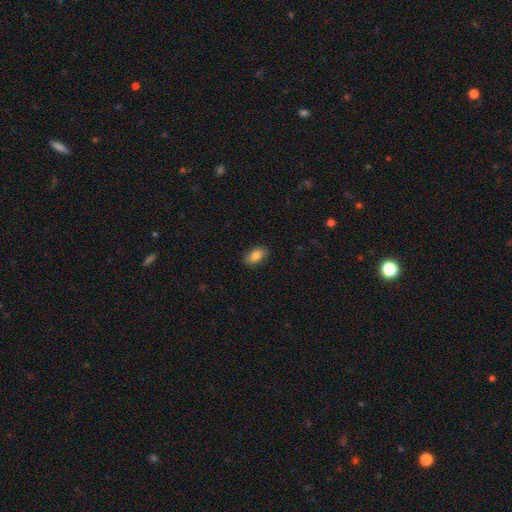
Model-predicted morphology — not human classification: The model was most divided on "smooth or featured": smooth: 82%, featured or disk: 11%, star or artifact: 7%. More confident: how rounded — in between (90%); merging — none (87%).